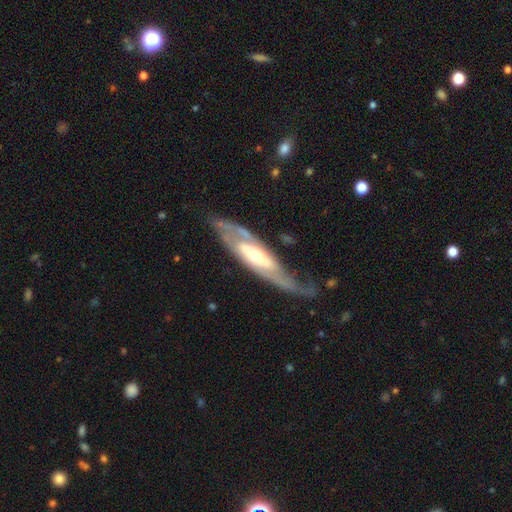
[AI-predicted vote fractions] The model was most divided on "spiral winding": tight: 39%, medium: 37%, loose: 23%. More confident: smooth or featured — featured or disk (81%); spiral arms — yes (81%); edge-on disk — no (77%); spiral arm count — 2 (64%); bulge size — moderate (59%); merging — none (57%); bar — no (56%).